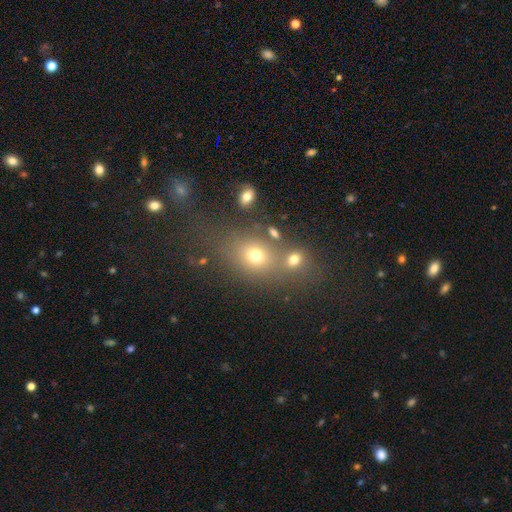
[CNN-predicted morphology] Smooth or featured: smooth — 67% (star or artifact — 19%)
How rounded: in between — 53% (round — 45%)
Merging: none — 53% (merger — 27%)